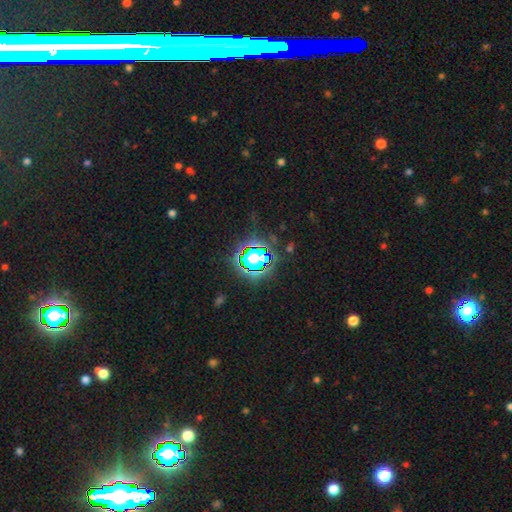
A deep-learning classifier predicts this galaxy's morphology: Q: Smooth or featured?
A: star or artifact (77%); runner-up: smooth (15%)